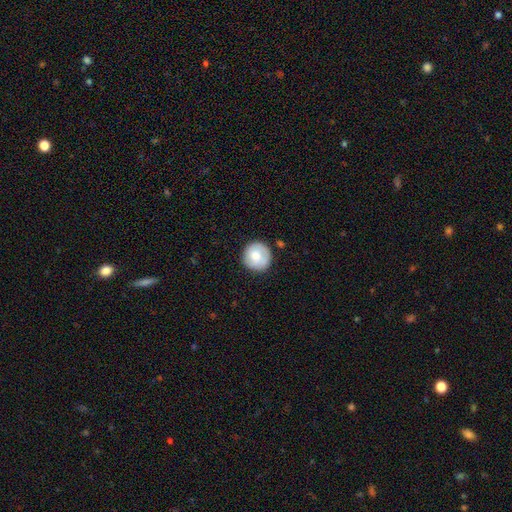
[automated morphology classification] A smooth galaxy with no disk features (75%) that is round (95%). Merging: none (84%).